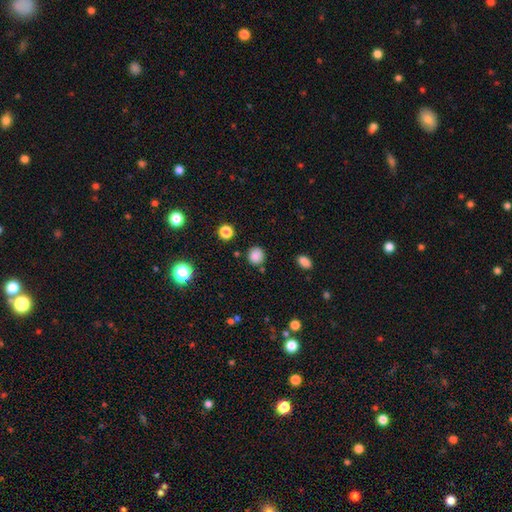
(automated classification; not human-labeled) smooth_or_featured: smooth (p=0.84) [alt: star or artifact p=0.12]
how_rounded: round (p=0.88) [alt: in between p=0.11]
merging: none (p=0.84) [alt: minor disturbance p=0.10]